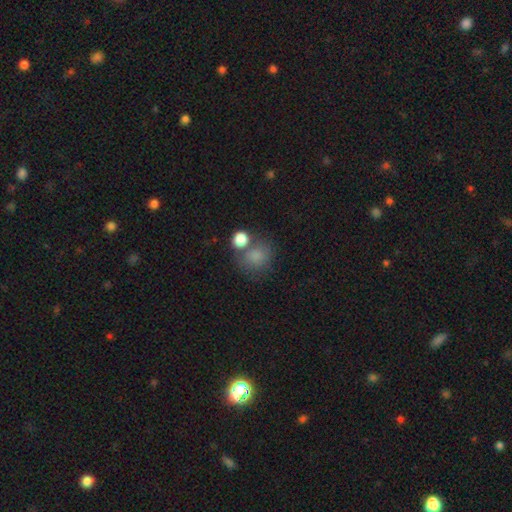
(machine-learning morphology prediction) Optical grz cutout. It shows a smooth galaxy with no disk features (79%) that is round (74%). Merging: none (51%).